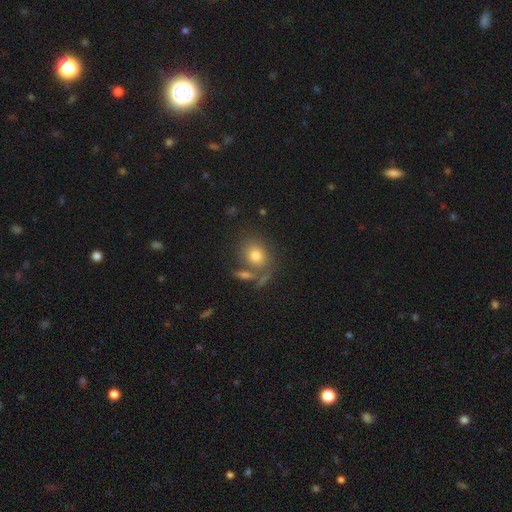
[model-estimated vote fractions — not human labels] Overall: smooth (75%). How rounded: round (64%; in between 35%). Merging: none (62%).